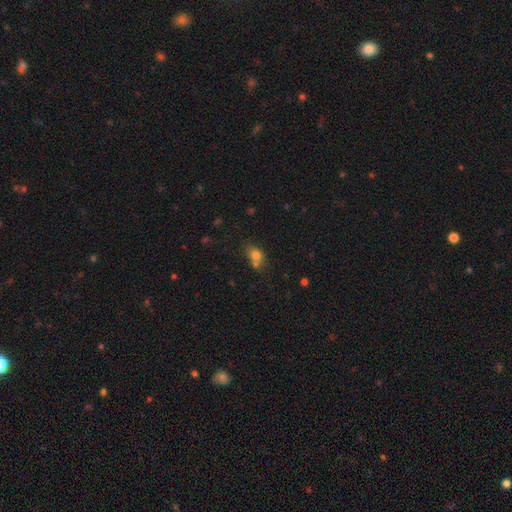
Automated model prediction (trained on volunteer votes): smooth-or-featured: smooth: 76% | star or artifact: 13% | featured or disk: 11%
  how-rounded: in between: 55% | round: 43% | cigar-shaped: 2%
  merging: none: 44% | merger: 36% | minor disturbance: 15% | major disturbance: 5%